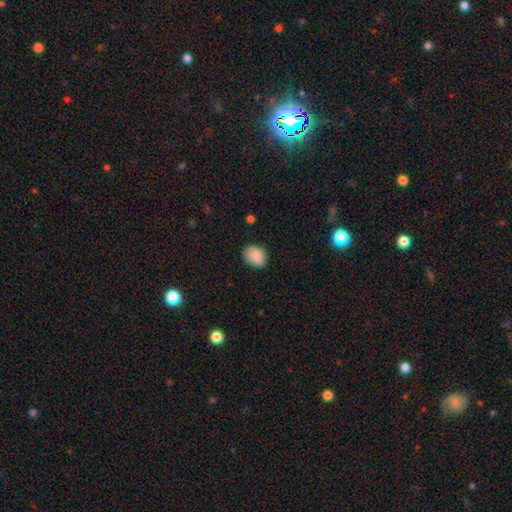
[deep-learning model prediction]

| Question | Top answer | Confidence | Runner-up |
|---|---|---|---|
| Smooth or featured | smooth | 87% | star or artifact (8%) |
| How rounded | round | 51% | in between (48%) |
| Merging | none | 81% | minor disturbance (15%) |